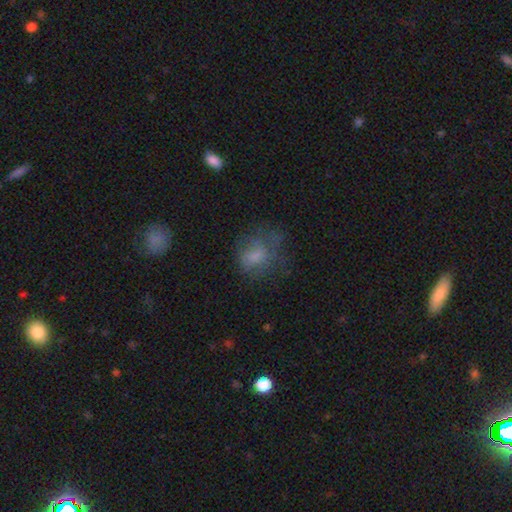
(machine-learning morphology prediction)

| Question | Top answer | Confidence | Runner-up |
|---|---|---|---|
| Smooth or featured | smooth | 62% | featured or disk (23%) |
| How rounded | in between | 54% | round (44%) |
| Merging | none | 47% | major disturbance (26%) |